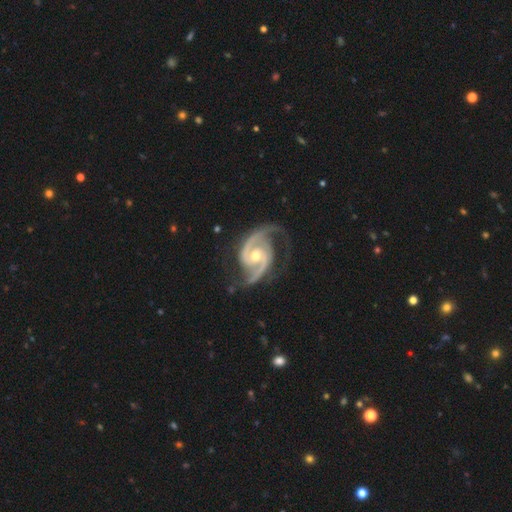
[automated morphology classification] Smooth or featured?
  - featured or disk: 94% *
  - star or artifact: 4%
  - smooth: 2%
Edge-on disk?
  - no: 98% *
  - yes: 2%
Bar?
  - no: 53% *
  - weak: 34%
  - strong: 13%
Spiral arms?
  - yes: 99% *
  - no: 1%
Spiral winding?
  - medium: 57% *
  - tight: 28%
  - loose: 15%
Spiral arm count?
  - 2: 88% *
  - 3: 6%
  - can't tell: 2%
  - 1: 2%
  - 4: 2%
  - more than 4: 1%
Bulge size?
  - moderate: 72% *
  - small: 22%
  - large: 4%
  - none: 1%
  - dominant: 1%
Merging?
  - none: 70% *
  - minor disturbance: 19%
  - major disturbance: 9%
  - merger: 2%